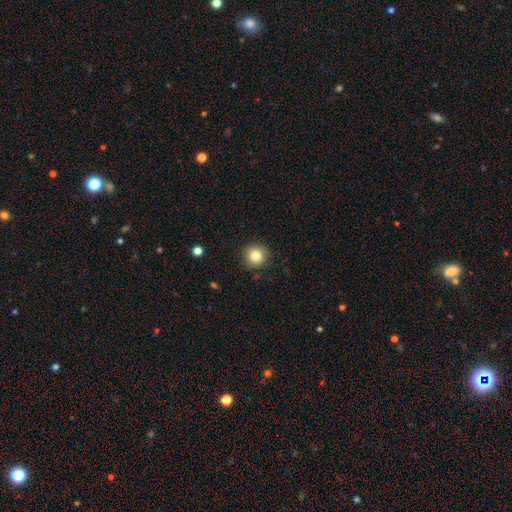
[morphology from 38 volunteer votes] A smooth galaxy with no disk features (95%) that is round (97%).

Vote fractions:
- Smooth or featured? smooth: 95% / featured or disk: 3% / star or artifact: 3%
- How rounded? round: 97% / in between: 3% / cigar-shaped: 0%
- Merging? none: 95% / minor disturbance: 3% / major disturbance: 3% / merger: 0%